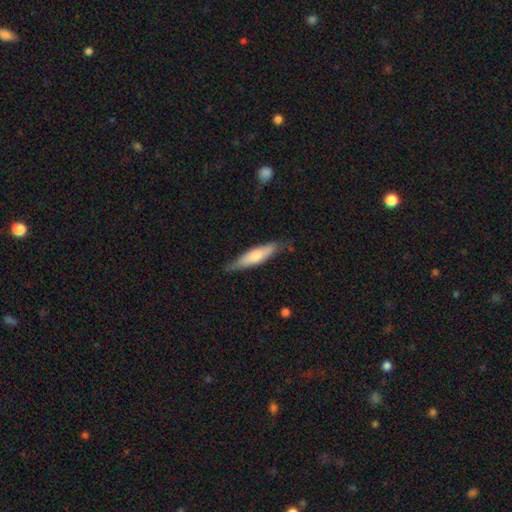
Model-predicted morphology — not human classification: Smooth or featured? Predicted: smooth (p=0.67). How rounded? Predicted: cigar-shaped (p=0.72). Merging? Predicted: none (p=0.74).